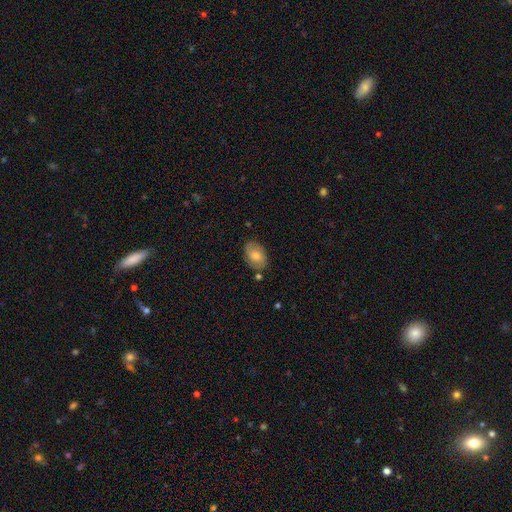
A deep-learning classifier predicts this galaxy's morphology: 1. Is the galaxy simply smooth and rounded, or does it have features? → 64% smooth, 28% featured or disk, 8% star or artifact.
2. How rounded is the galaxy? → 86% in between, 13% round, 1% cigar-shaped.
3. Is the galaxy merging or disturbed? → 77% none, 16% minor disturbance, 4% merger, 3% major disturbance.